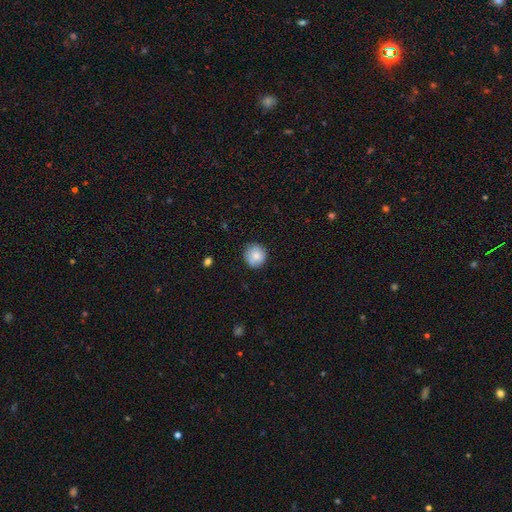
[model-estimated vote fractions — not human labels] Overall: smooth (78%). How rounded: round (91%). Merging: none (80%).